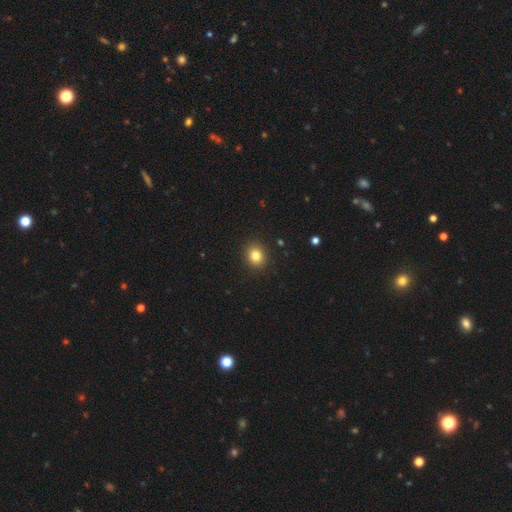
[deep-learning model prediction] A smooth galaxy with no disk features (83%) that is round (68%).

Vote fractions:
- Smooth or featured? smooth: 83% / star or artifact: 11% / featured or disk: 6%
- How rounded? round: 68% / in between: 31% / cigar-shaped: 1%
- Merging? none: 91% / minor disturbance: 6% / major disturbance: 2% / merger: 1%